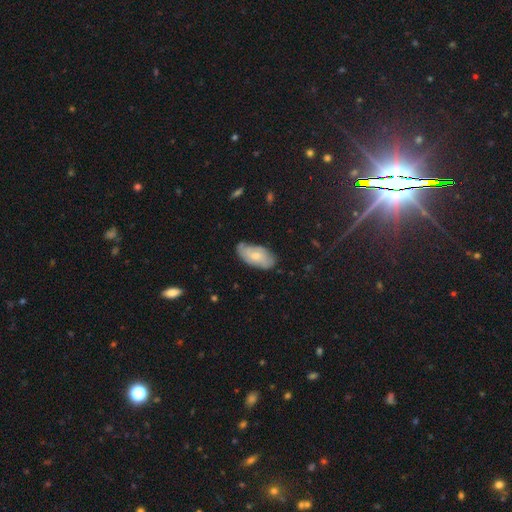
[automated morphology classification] type=smooth (50%); merging=none (67%).